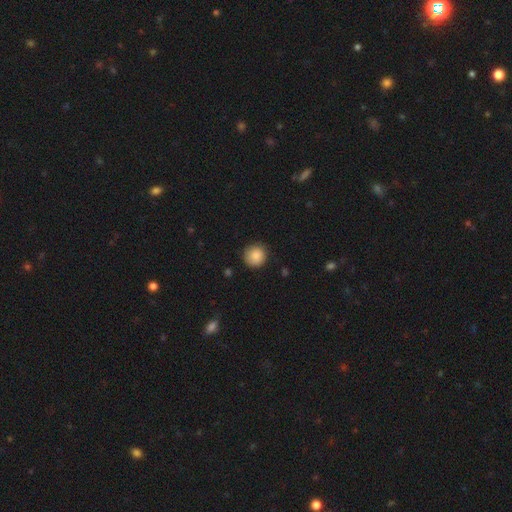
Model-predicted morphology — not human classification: Smooth or featured: smooth — 88% (star or artifact — 8%)
How rounded: round — 93% (in between — 6%)
Merging: none — 86% (minor disturbance — 11%)